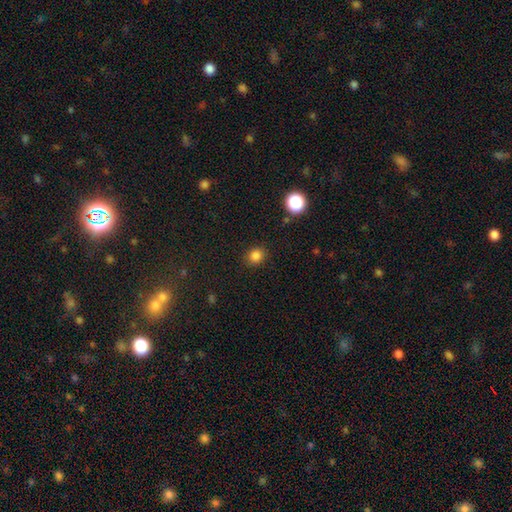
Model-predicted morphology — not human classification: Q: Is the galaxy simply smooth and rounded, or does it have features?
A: smooth — 83%.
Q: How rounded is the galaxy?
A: round — 80%.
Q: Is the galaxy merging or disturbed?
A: none — 88%.